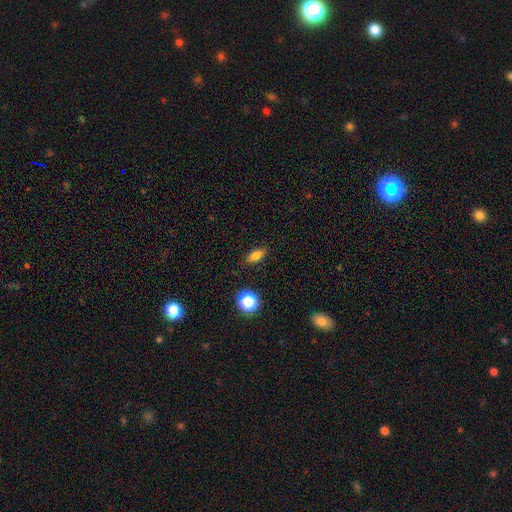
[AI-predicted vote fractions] Smooth or featured: smooth — 79% (star or artifact — 12%)
How rounded: in between — 80% (round — 10%)
Merging: none — 87% (minor disturbance — 9%)